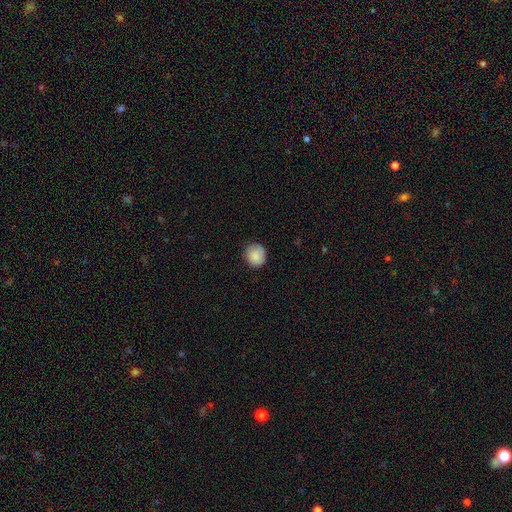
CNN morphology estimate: type=smooth (87%); roundness=round (87%); merging=none (81%).